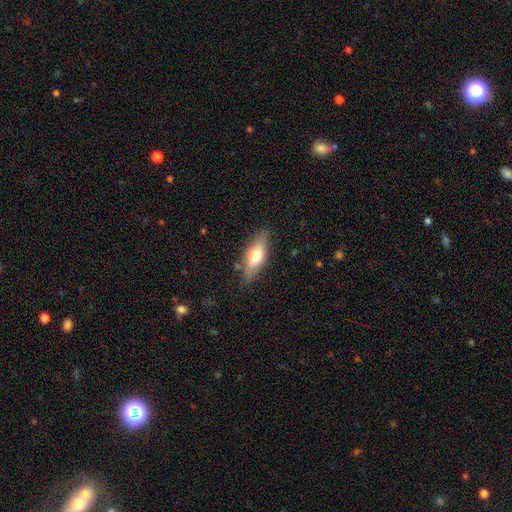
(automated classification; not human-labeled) Smooth or featured?
  - smooth: 64% *
  - featured or disk: 30%
  - star or artifact: 6%
How rounded?
  - in between: 61% *
  - cigar-shaped: 37%
  - round: 3%
Merging?
  - none: 80% *
  - minor disturbance: 15%
  - major disturbance: 3%
  - merger: 2%